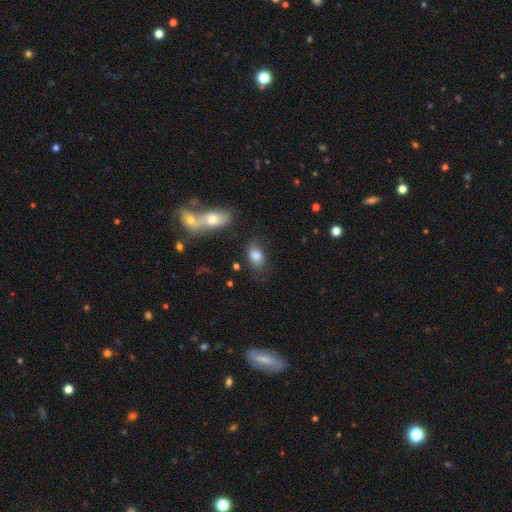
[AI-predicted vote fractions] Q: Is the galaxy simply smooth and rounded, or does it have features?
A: smooth — 82%.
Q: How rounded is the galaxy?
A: in between — 86%.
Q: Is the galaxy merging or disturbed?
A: none — 69%.